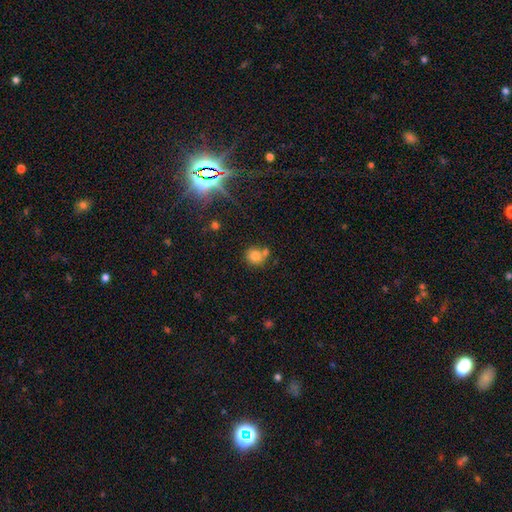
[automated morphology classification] Q: Smooth or featured?
A: smooth (78%); runner-up: star or artifact (12%)
Q: How rounded?
A: round (82%); runner-up: in between (17%)
Q: Merging?
A: none (54%); runner-up: merger (28%)